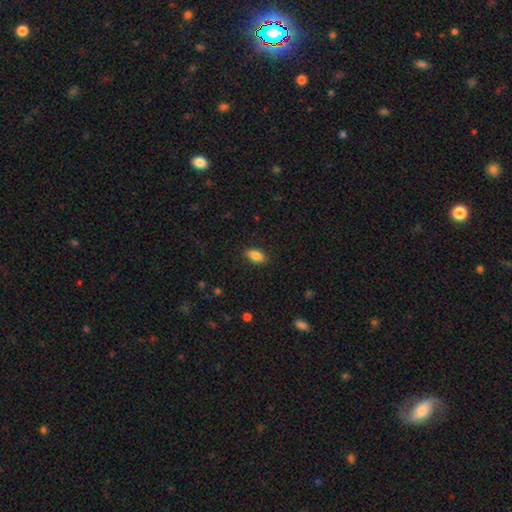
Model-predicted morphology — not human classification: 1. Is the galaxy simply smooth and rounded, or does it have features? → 87% smooth, 8% star or artifact, 6% featured or disk.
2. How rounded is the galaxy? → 90% in between, 6% cigar-shaped, 4% round.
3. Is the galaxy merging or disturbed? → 87% none, 9% minor disturbance, 2% major disturbance, 1% merger.